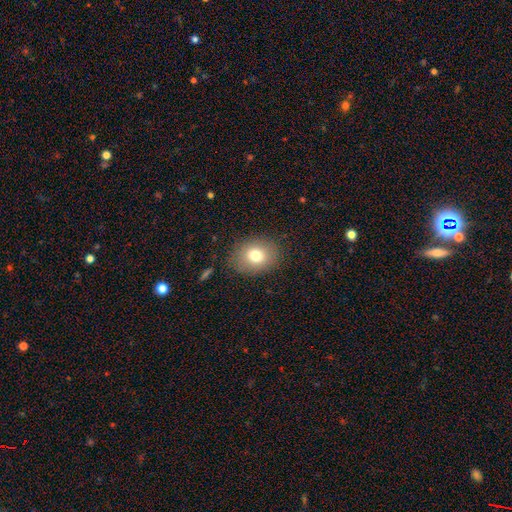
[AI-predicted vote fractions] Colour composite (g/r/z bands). It shows a smooth galaxy with no disk features (76%) that is in between round and cigar-shaped (50%). Merging: none (84%).